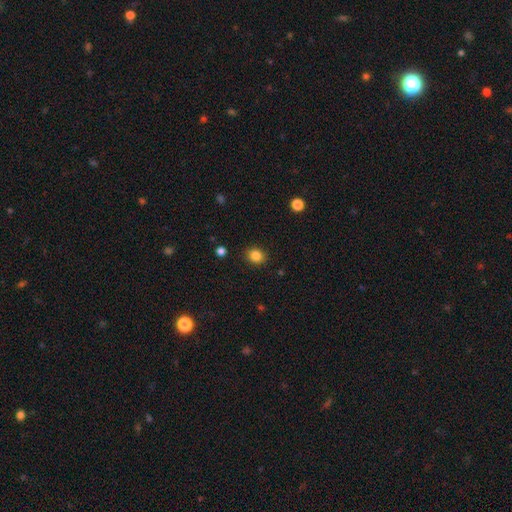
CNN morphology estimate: A smooth galaxy with no disk features (84%) that is round (67%).

Vote fractions:
- Smooth or featured? smooth: 84% / star or artifact: 11% / featured or disk: 5%
- How rounded? round: 67% / in between: 32% / cigar-shaped: 1%
- Merging? none: 89% / minor disturbance: 7% / major disturbance: 2% / merger: 1%